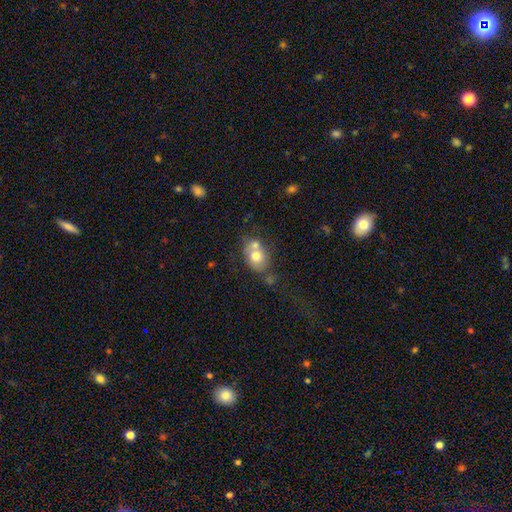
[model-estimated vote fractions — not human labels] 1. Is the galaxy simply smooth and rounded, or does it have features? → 69% smooth, 22% featured or disk, 9% star or artifact.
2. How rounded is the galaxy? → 53% in between, 45% round, 1% cigar-shaped.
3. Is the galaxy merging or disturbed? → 43% merger, 39% none, 13% minor disturbance, 5% major disturbance.